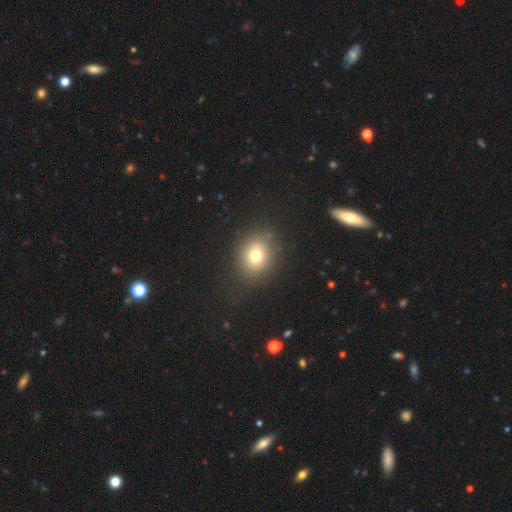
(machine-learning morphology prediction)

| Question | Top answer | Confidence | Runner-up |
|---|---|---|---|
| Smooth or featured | smooth | 72% | star or artifact (15%) |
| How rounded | round | 64% | in between (35%) |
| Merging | none | 83% | minor disturbance (10%) |